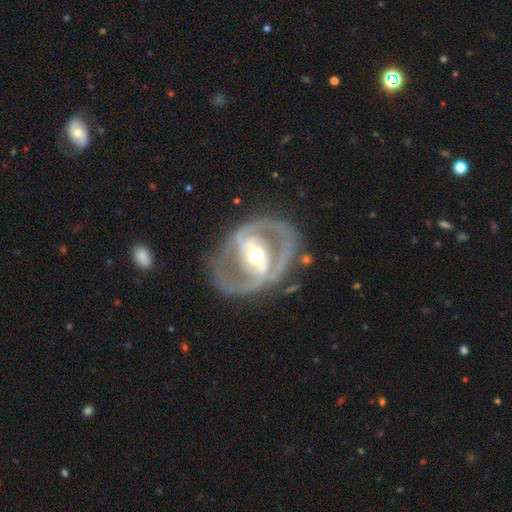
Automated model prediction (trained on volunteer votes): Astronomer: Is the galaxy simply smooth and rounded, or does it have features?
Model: featured or disk — 83%.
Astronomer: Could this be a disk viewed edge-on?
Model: no — 95%.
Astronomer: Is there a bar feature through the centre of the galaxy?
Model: strong — 47% (runner-up: weak, 29%).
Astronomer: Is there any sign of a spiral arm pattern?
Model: yes — 65%.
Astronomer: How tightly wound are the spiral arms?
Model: medium — 43% (runner-up: tight, 38%).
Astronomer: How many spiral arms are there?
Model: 2 — 79%.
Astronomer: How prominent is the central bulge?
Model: moderate — 69%.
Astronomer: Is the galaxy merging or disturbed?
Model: none — 72%.